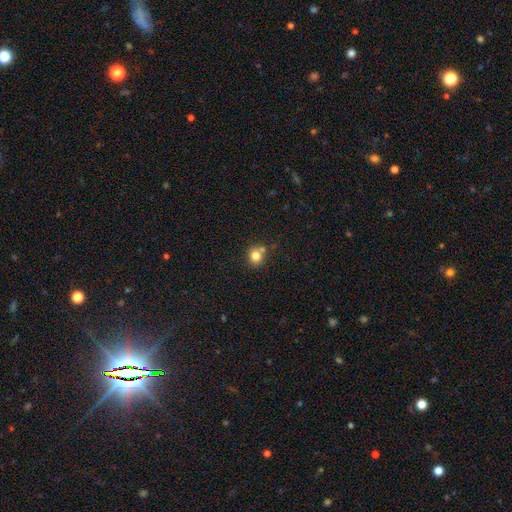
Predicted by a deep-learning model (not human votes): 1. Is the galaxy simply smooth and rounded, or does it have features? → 80% smooth, 12% star or artifact, 8% featured or disk.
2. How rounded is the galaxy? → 81% round, 18% in between, 1% cigar-shaped.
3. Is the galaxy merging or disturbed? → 64% none, 22% merger, 11% minor disturbance, 3% major disturbance.